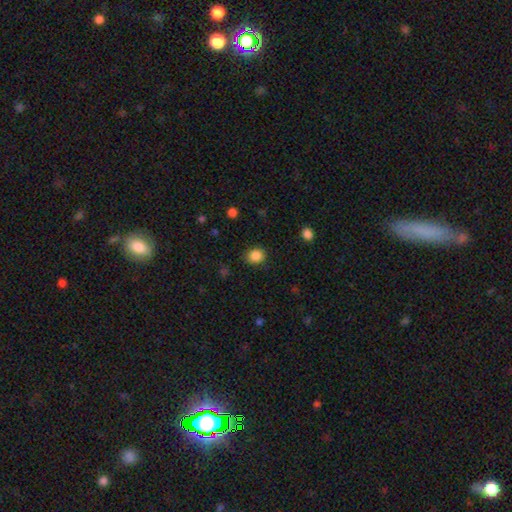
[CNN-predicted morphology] The model was most divided on "how rounded": round: 71%, in between: 28%, cigar-shaped: 1%. More confident: merging — none (86%); smooth or featured — smooth (86%).